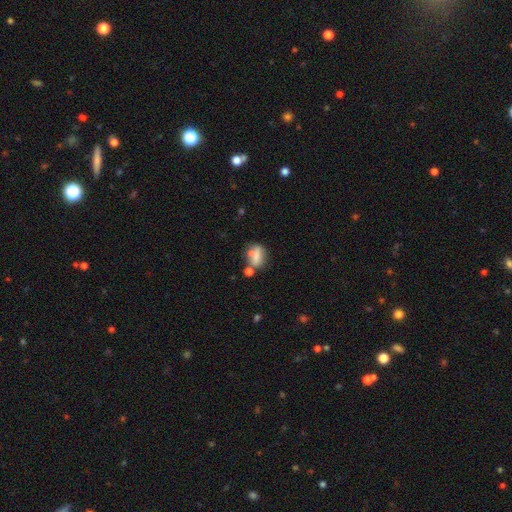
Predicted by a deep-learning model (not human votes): Smooth or featured? Predicted: smooth (p=0.62). How rounded? Predicted: in between (p=0.70). Merging? Predicted: none (p=0.40).